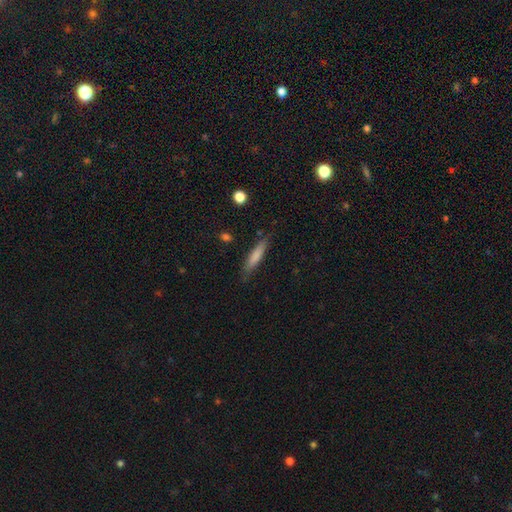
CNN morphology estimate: Smooth or featured: smooth — 78% (featured or disk — 16%)
How rounded: cigar-shaped — 85% (in between — 14%)
Merging: none — 81% (minor disturbance — 14%)